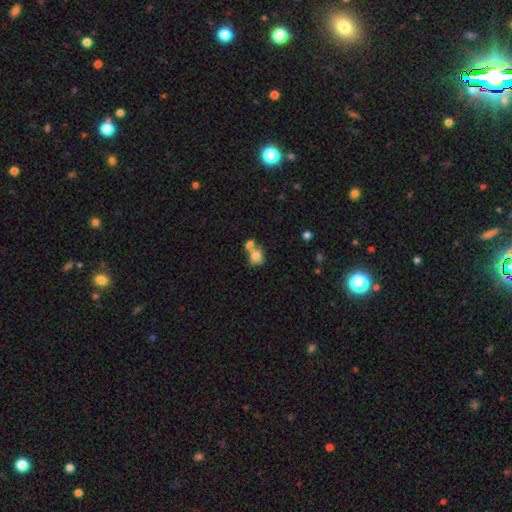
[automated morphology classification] Q: Smooth or featured?
A: smooth (70%); runner-up: featured or disk (19%)
Q: How rounded?
A: round (58%); runner-up: in between (40%)
Q: Merging?
A: merger (53%); runner-up: none (31%)